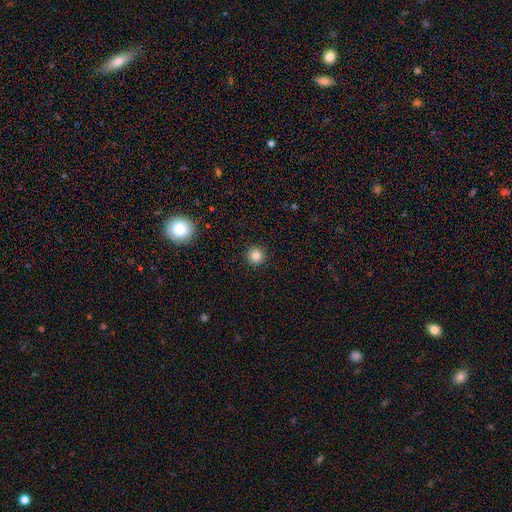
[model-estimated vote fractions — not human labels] Smooth or featured? Predicted: smooth (p=0.84). How rounded? Predicted: round (p=0.95). Merging? Predicted: none (p=0.92).